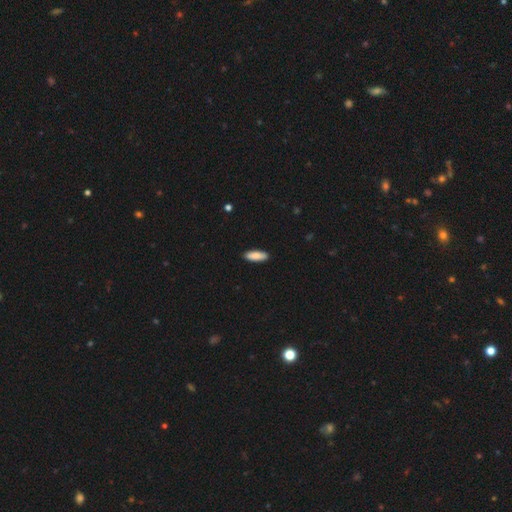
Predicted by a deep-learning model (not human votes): The model was most divided on "how rounded": in between: 63%, cigar-shaped: 35%, round: 2%. More confident: merging — none (90%); smooth or featured — smooth (87%).